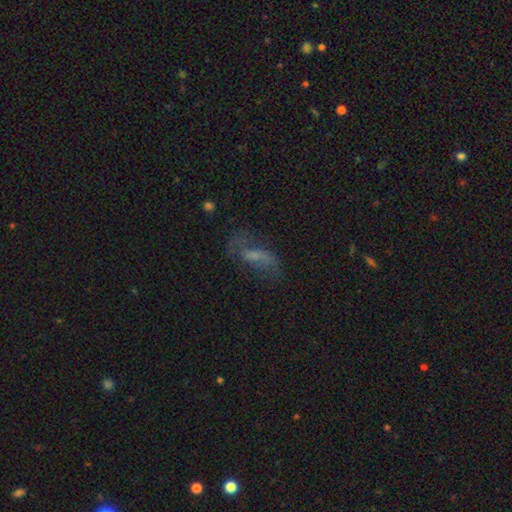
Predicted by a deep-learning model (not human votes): This is possibly a featured or disk galaxy (54%). It is clearly not viewed edge-on (90%). Merging: possibly none (51%).